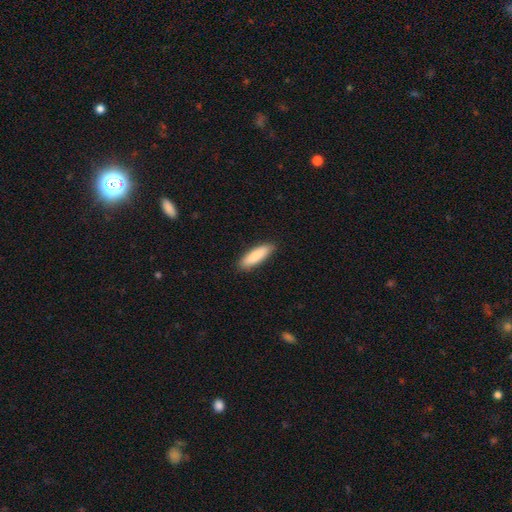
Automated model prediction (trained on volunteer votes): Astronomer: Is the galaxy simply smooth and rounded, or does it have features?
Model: smooth — 87%.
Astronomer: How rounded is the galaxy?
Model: cigar-shaped — 56% (runner-up: in between, 42%).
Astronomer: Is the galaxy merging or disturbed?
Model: none — 88%.